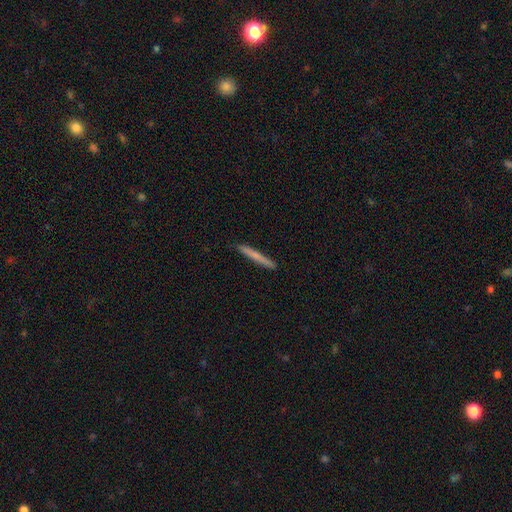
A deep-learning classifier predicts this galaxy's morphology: Smooth or featured? Predicted: smooth (p=0.67). How rounded? Predicted: cigar-shaped (p=0.97). Merging? Predicted: none (p=0.92).